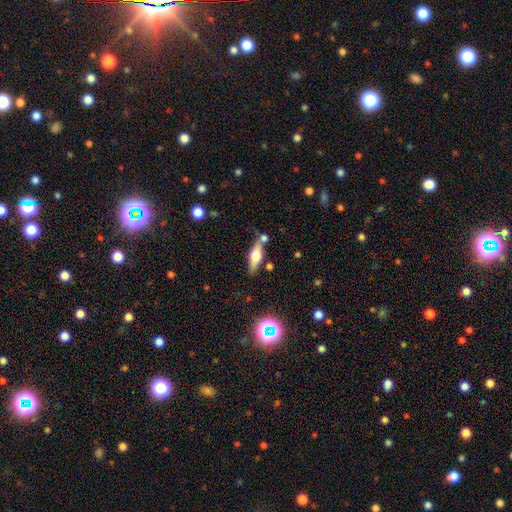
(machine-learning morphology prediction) Smooth or featured? smooth (47%)
Merging? none (66%)